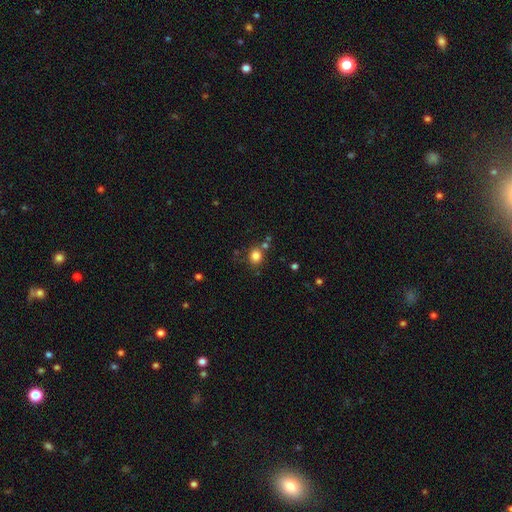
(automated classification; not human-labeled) smooth_or_featured: smooth (p=0.82) [alt: star or artifact p=0.13]
how_rounded: round (p=0.77) [alt: in between p=0.22]
merging: none (p=0.75) [alt: minor disturbance p=0.11]